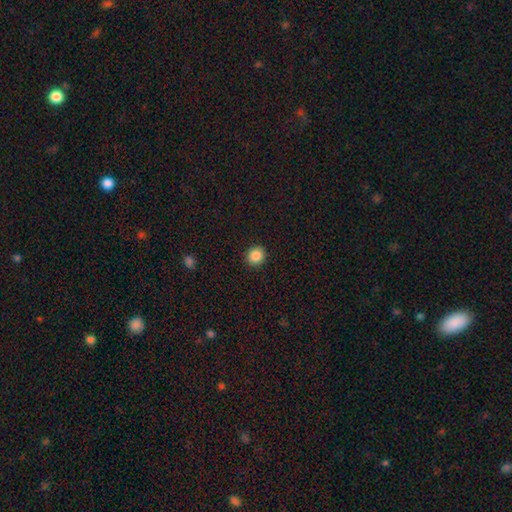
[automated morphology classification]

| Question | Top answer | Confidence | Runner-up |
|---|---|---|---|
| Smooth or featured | smooth | 87% | star or artifact (10%) |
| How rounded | round | 88% | in between (11%) |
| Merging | none | 92% | minor disturbance (5%) |